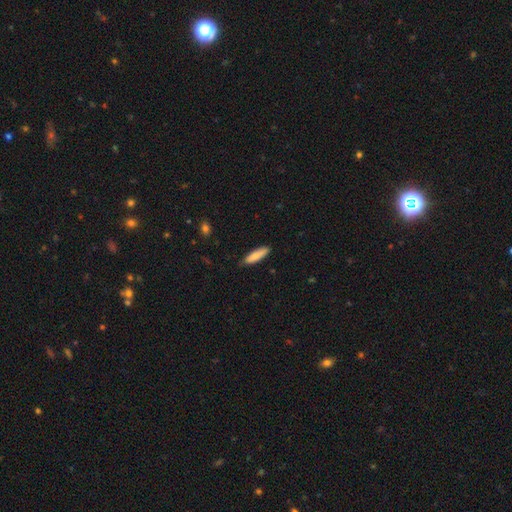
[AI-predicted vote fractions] A smooth galaxy with no disk features (81%) that is cigar-shaped (67%).

Vote fractions:
- Smooth or featured? smooth: 81% / featured or disk: 13% / star or artifact: 6%
- How rounded? cigar-shaped: 67% / in between: 31% / round: 2%
- Merging? none: 81% / minor disturbance: 15% / major disturbance: 2% / merger: 1%